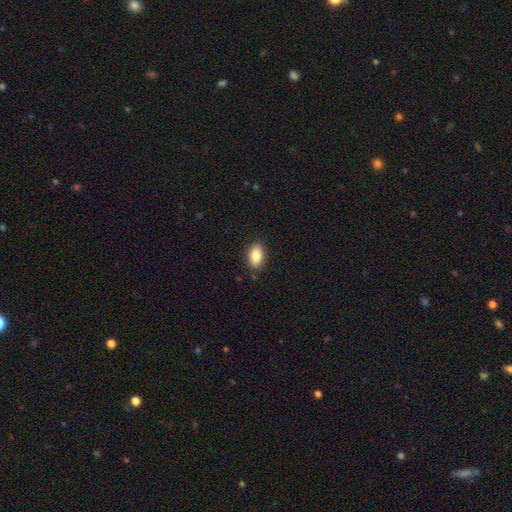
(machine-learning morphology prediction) Smooth or featured? smooth (84%)
How rounded? in between (89%)
Merging? none (88%)